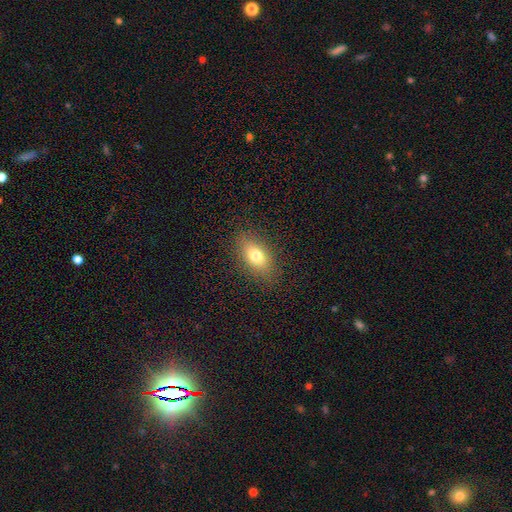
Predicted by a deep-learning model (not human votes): Smooth or featured: smooth — 76% (featured or disk — 14%)
How rounded: in between — 86% (round — 8%)
Merging: none — 86% (minor disturbance — 10%)